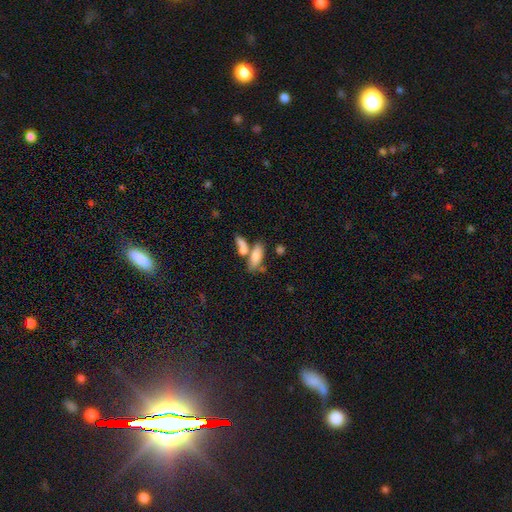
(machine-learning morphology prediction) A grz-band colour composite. It shows a smooth galaxy with no disk features (75%) that is in between round and cigar-shaped (69%). Merging: none (46%).